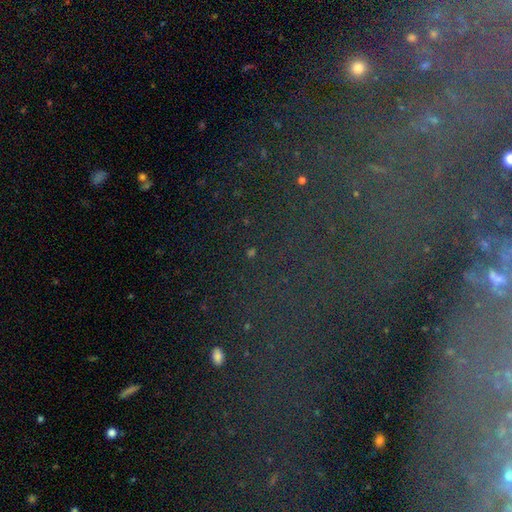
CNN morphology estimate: smooth-or-featured: star or artifact: 49% | featured or disk: 32% | smooth: 19%